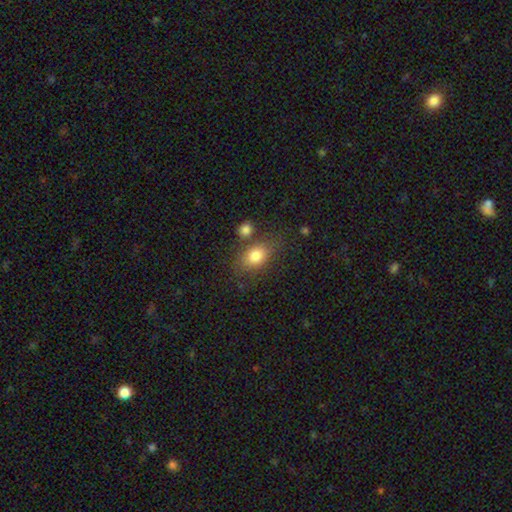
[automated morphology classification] Smooth or featured? Predicted: smooth (p=0.81). How rounded? Predicted: in between (p=0.80). Merging? Predicted: none (p=0.63).